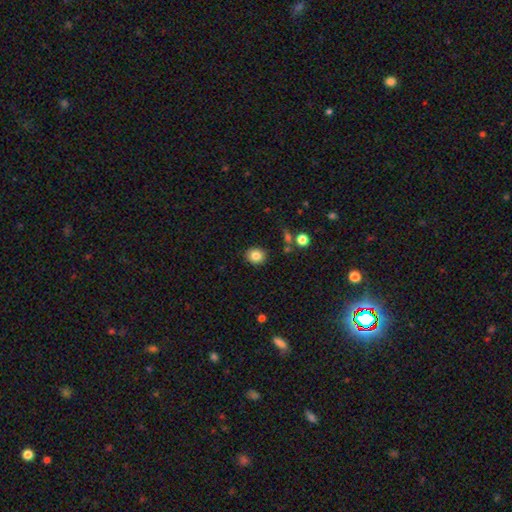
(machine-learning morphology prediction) smooth-or-featured: smooth: 84% | star or artifact: 10% | featured or disk: 7%
  how-rounded: round: 76% | in between: 23% | cigar-shaped: 1%
  merging: none: 88% | minor disturbance: 8% | merger: 2% | major disturbance: 2%